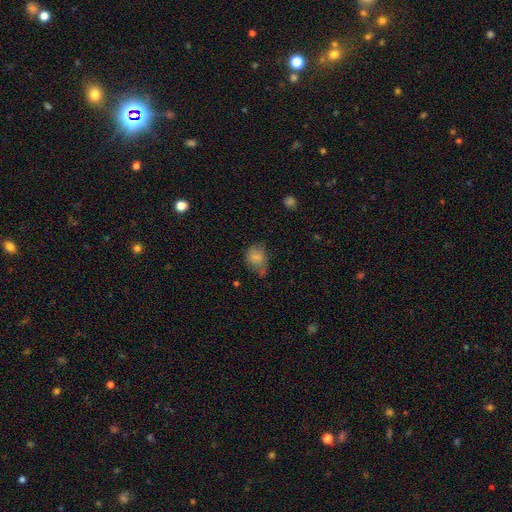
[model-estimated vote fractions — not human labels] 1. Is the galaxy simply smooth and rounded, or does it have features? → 68% smooth, 16% featured or disk, 16% star or artifact.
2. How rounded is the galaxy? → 52% round, 47% in between, 1% cigar-shaped.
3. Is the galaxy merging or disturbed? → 51% none, 31% minor disturbance, 13% major disturbance, 4% merger.